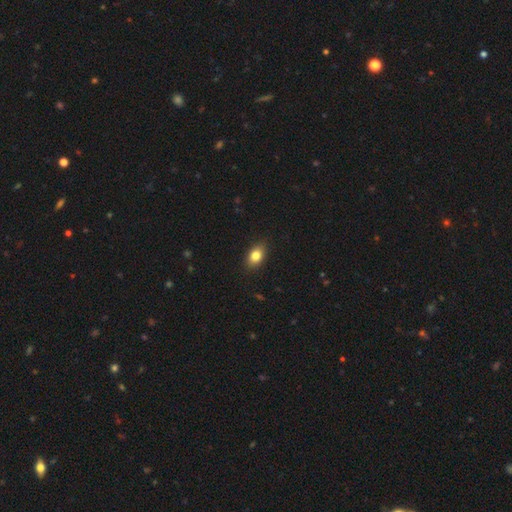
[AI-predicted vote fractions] Smooth or featured: smooth — 82% (featured or disk — 9%)
How rounded: in between — 81% (round — 17%)
Merging: none — 87% (minor disturbance — 10%)